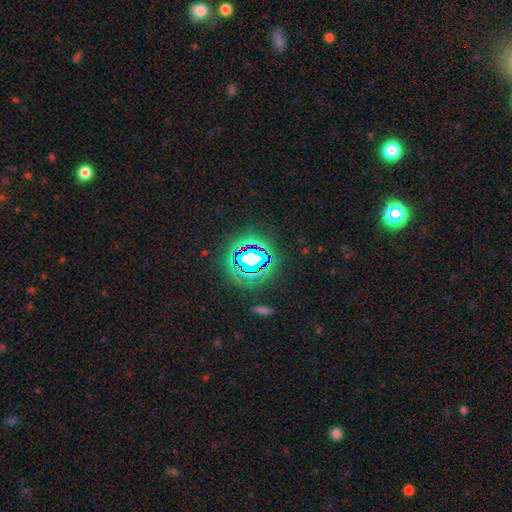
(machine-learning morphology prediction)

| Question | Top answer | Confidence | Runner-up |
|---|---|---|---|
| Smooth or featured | star or artifact | 77% | smooth (14%) |